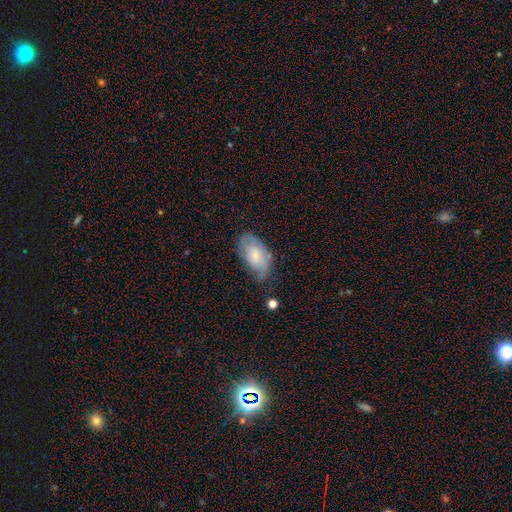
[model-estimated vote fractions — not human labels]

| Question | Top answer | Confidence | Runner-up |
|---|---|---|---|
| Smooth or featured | featured or disk | 52% | smooth (41%) |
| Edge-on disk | no | 94% | yes (6%) |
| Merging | none | 53% | minor disturbance (32%) |